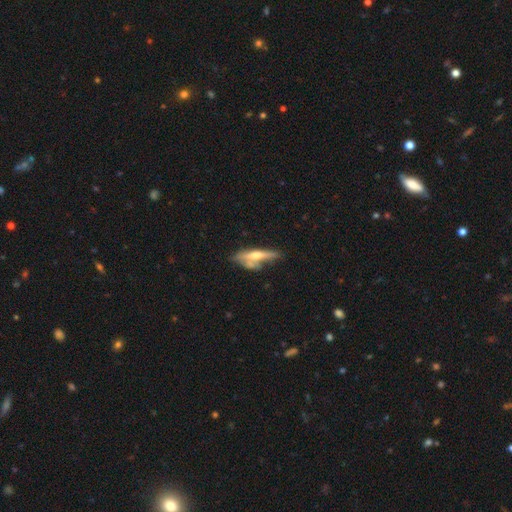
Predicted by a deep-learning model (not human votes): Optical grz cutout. It shows a featured or disk galaxy (55%) viewed edge-on (88%). Merging: none (50%).